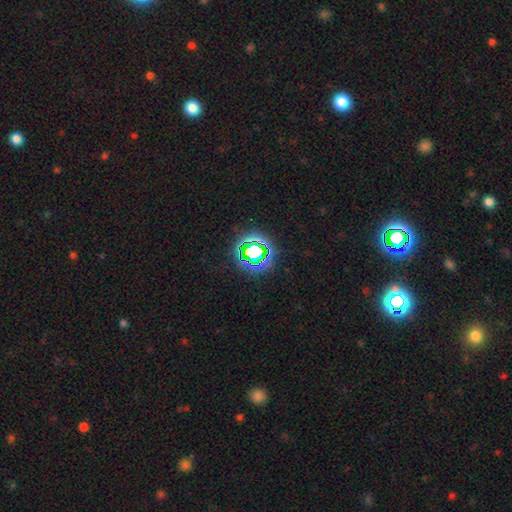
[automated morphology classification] Smooth or featured: star or artifact — 62% (smooth — 24%)